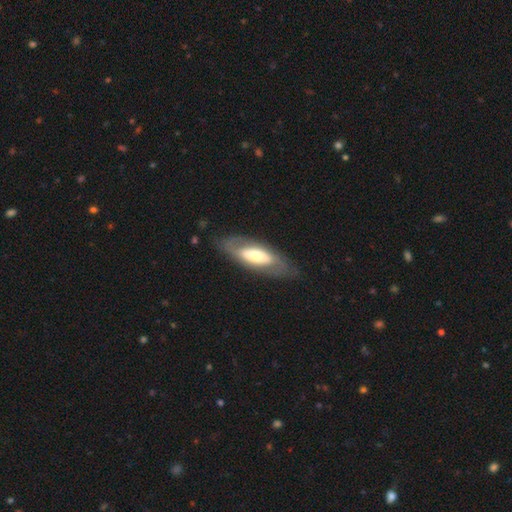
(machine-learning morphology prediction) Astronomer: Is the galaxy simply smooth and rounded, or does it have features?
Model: featured or disk — 52% (runner-up: smooth, 43%).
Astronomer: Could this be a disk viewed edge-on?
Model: no — 75%.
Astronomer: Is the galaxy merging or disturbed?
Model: none — 75%.